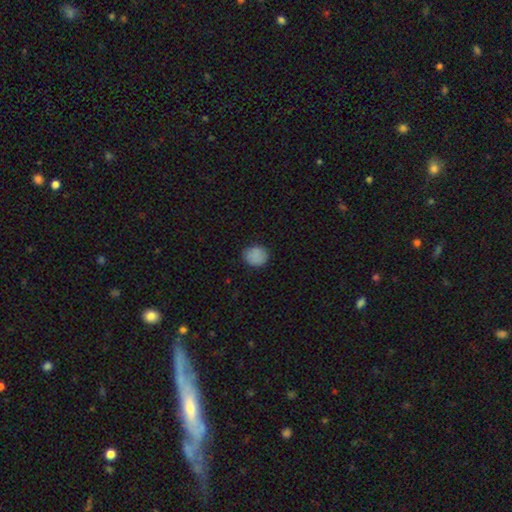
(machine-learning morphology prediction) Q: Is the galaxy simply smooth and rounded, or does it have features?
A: smooth — 86%.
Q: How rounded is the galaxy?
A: round — 73%.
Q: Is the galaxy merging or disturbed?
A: none — 84%.